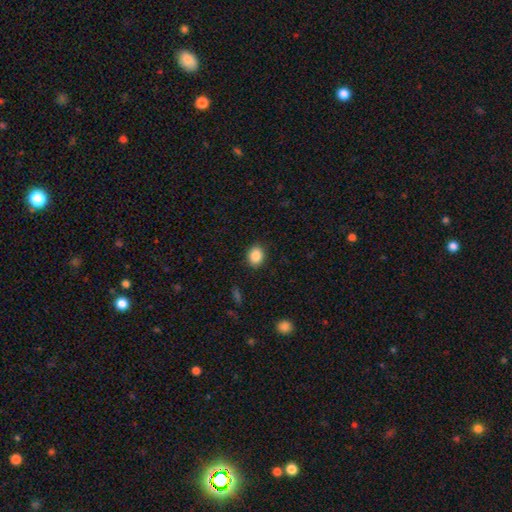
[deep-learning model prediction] This appears to be a smooth galaxy with no disk features (87%) that is round (51%). Merging: none (88%).